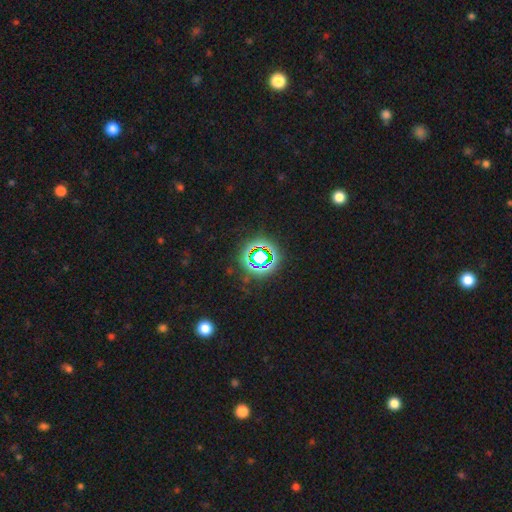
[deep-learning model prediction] Morphology: type=star or artifact (74%).